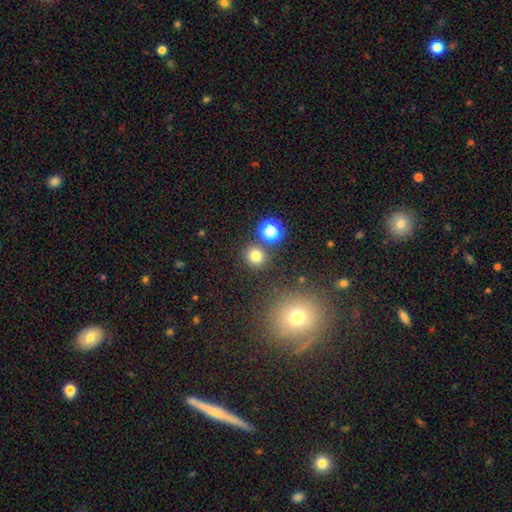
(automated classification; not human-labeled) Smooth or featured: smooth — 76% (star or artifact — 17%)
How rounded: round — 90% (in between — 9%)
Merging: none — 83% (minor disturbance — 7%)